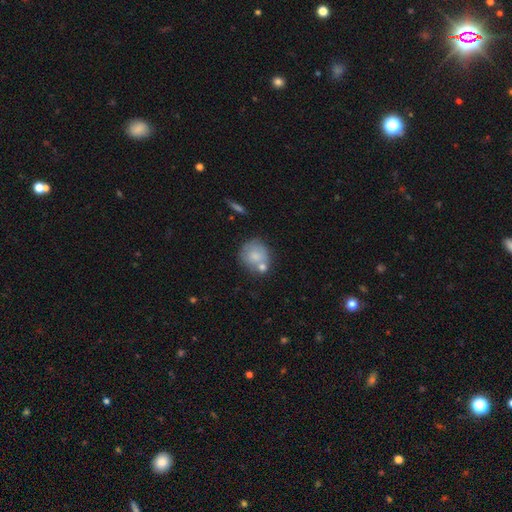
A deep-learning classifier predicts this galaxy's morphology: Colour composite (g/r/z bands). It shows a smooth galaxy with no disk features (75%) that is round (83%). Merging: none (49%).